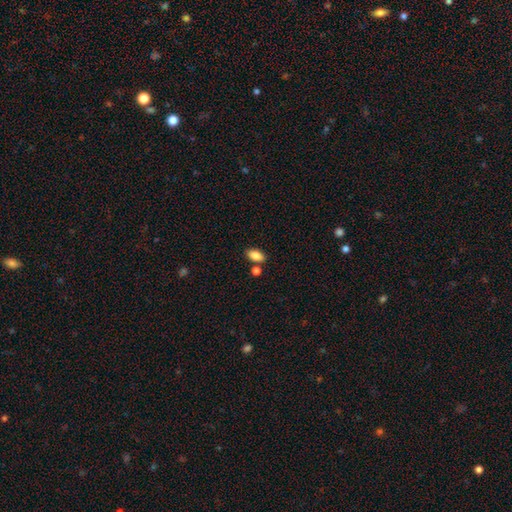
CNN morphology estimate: Q: Smooth or featured?
A: smooth (87%); runner-up: star or artifact (8%)
Q: How rounded?
A: in between (91%); runner-up: round (6%)
Q: Merging?
A: none (75%); runner-up: merger (12%)